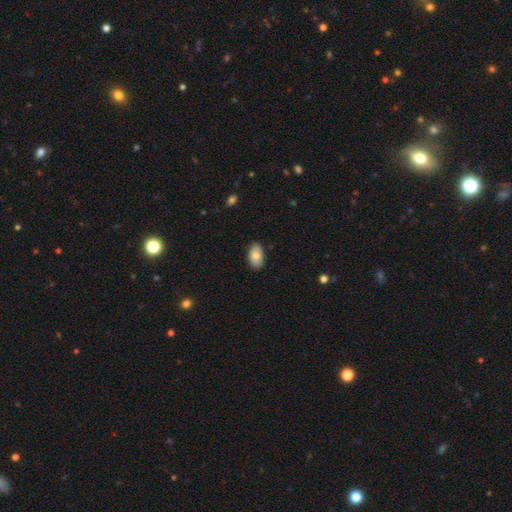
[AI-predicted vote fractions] This appears to be a smooth galaxy with no disk features (81%) that is in between round and cigar-shaped (93%). Merging: none (84%).